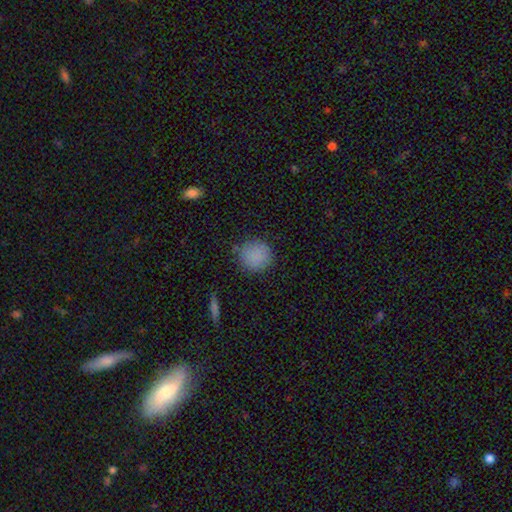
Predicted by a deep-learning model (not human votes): Smooth or featured: smooth — 86% (star or artifact — 9%)
How rounded: round — 92% (in between — 7%)
Merging: none — 84% (minor disturbance — 11%)